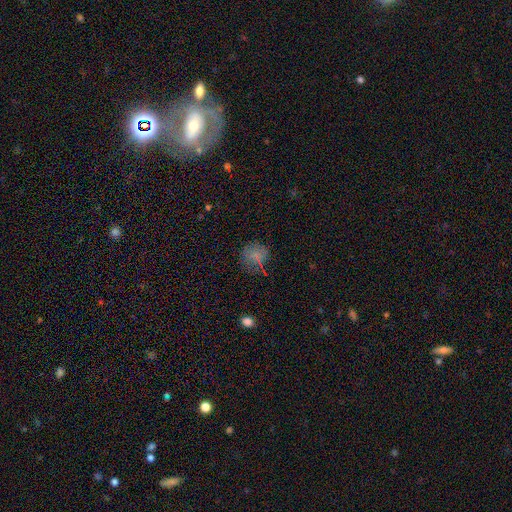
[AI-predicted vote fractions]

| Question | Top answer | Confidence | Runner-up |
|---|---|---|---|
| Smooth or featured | smooth | 65% | star or artifact (23%) |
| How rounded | round | 82% | in between (17%) |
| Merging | none | 69% | minor disturbance (18%) |